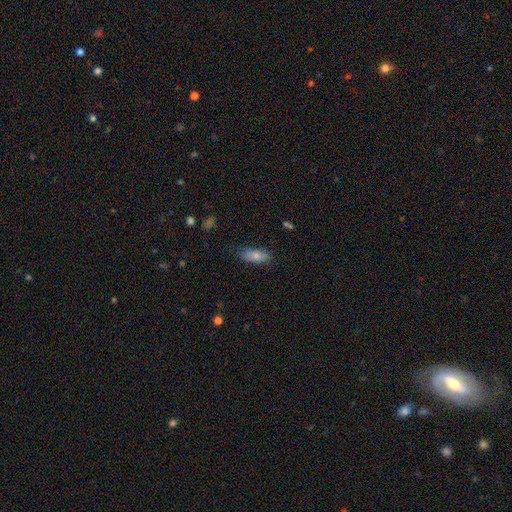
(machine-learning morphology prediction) Smooth or featured?
  - smooth: 80% *
  - featured or disk: 13%
  - star or artifact: 7%
How rounded?
  - in between: 75% *
  - cigar-shaped: 22%
  - round: 2%
Merging?
  - none: 77% *
  - minor disturbance: 18%
  - major disturbance: 4%
  - merger: 2%